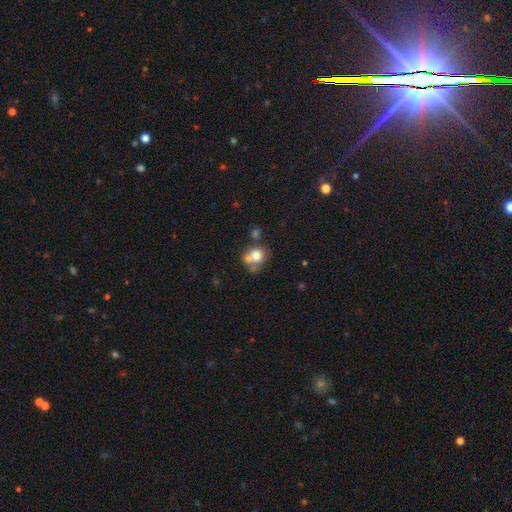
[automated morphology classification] smooth_or_featured: smooth (p=0.71) [alt: featured or disk p=0.18]
how_rounded: round (p=0.71) [alt: in between p=0.28]
merging: merger (p=0.45) [alt: none p=0.35]